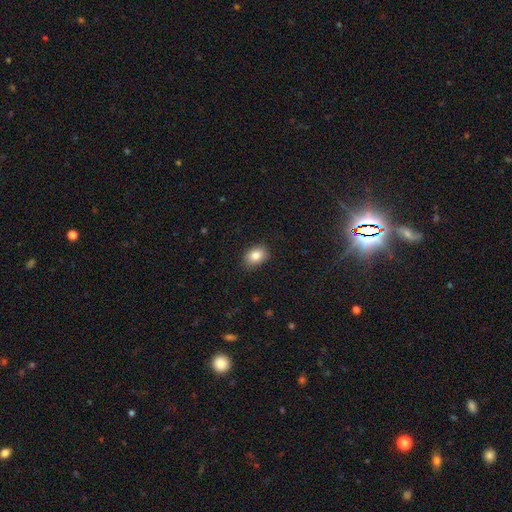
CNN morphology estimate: Q: Smooth or featured?
A: smooth (84%); runner-up: star or artifact (9%)
Q: How rounded?
A: in between (74%); runner-up: round (25%)
Q: Merging?
A: none (85%); runner-up: minor disturbance (12%)